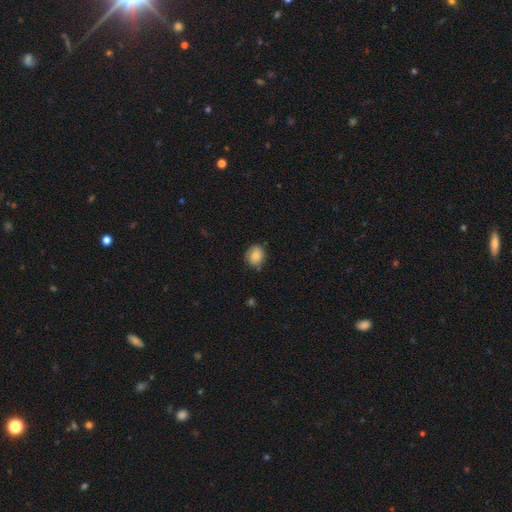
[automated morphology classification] type=smooth (77%); roundness=round (74%); merging=none (72%).